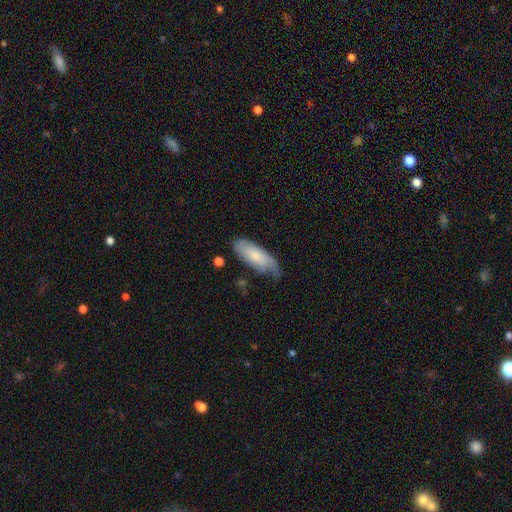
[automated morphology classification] A smooth galaxy with no disk features (60%) that is in between round and cigar-shaped (78%). Merging: none (48%).